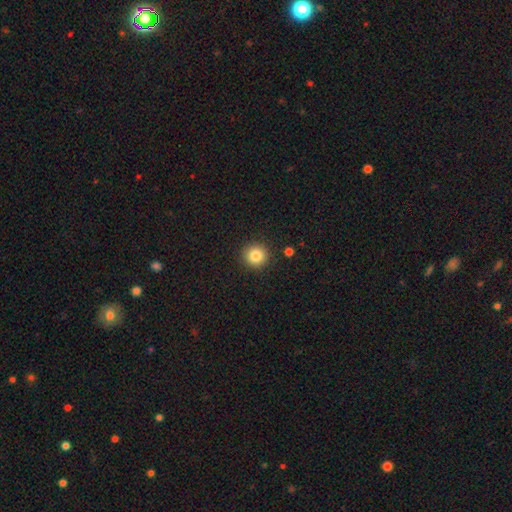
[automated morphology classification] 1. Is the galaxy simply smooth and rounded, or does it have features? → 84% smooth, 10% star or artifact, 6% featured or disk.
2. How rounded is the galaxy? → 94% round, 5% in between, 1% cigar-shaped.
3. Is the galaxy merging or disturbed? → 91% none, 5% minor disturbance, 2% major disturbance, 1% merger.